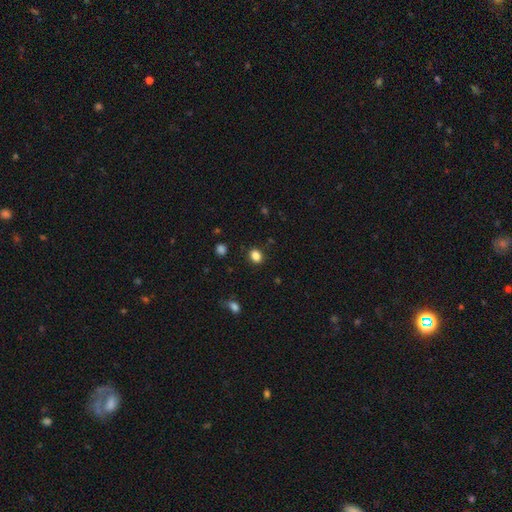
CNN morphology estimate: smooth_or_featured: smooth (p=0.85) [alt: star or artifact p=0.11]
how_rounded: in between (p=0.51) [alt: round p=0.48]
merging: none (p=0.86) [alt: minor disturbance p=0.09]